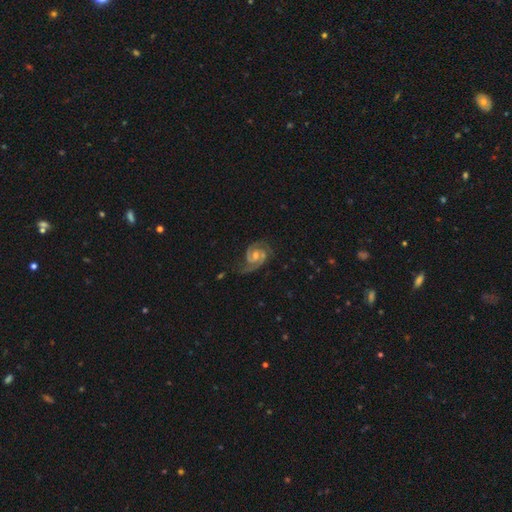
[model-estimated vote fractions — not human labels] Overall: featured or disk (89%). Edge-on disk: no (98%). Bar: no (47%; weak 42%). Spiral arms: yes (98%). Spiral arm count: 2 (90%). Spiral winding: medium (51%; tight 38%). Bulge size: moderate (55%; small 38%). Merging: none (73%).